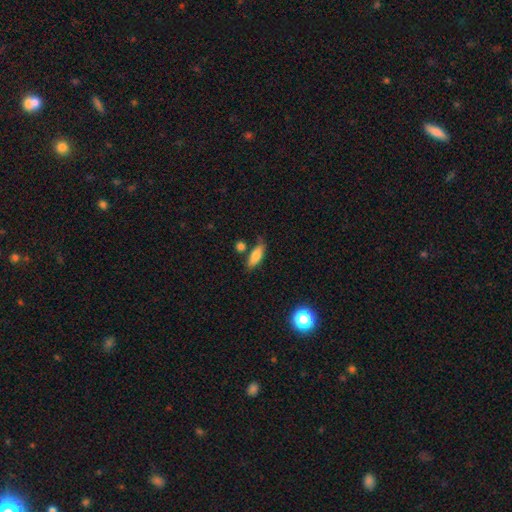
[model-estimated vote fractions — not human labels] Morphology: type=smooth (81%); roundness=in between (66%); merging=none (66%).